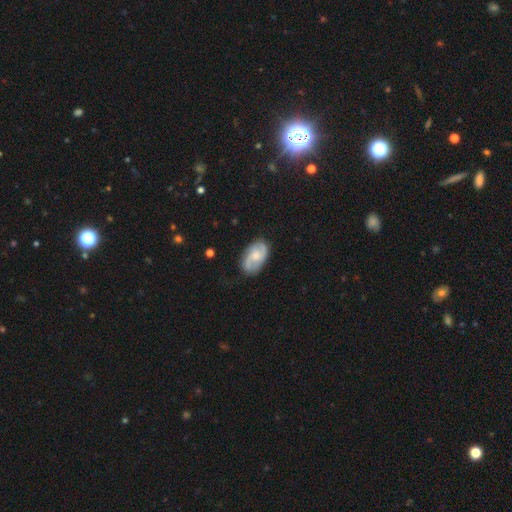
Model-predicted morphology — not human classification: This appears to be a featured or disk galaxy (71%) with no bar (59%), 2 (79%) medium (49%) spiral arms (94%) and a moderate central bulge (47%). Merging: none (78%).